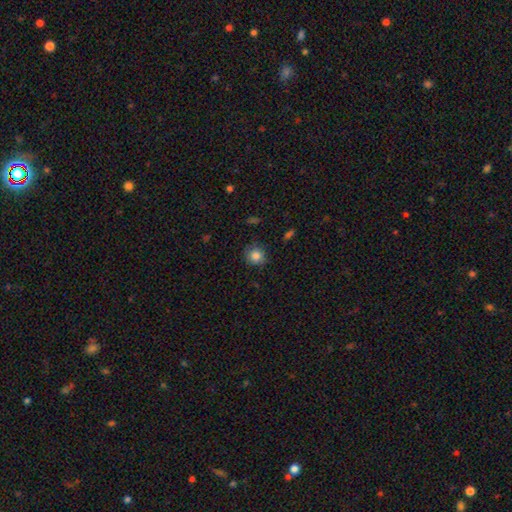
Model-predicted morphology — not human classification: Q: Smooth or featured?
A: smooth (84%); runner-up: star or artifact (10%)
Q: How rounded?
A: round (90%); runner-up: in between (9%)
Q: Merging?
A: none (79%); runner-up: minor disturbance (16%)